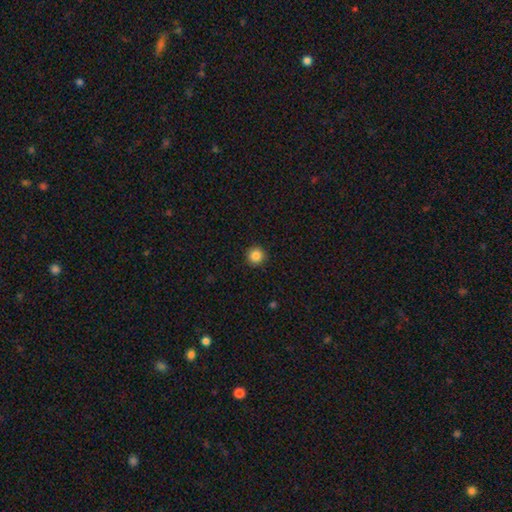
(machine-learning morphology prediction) This is clearly a smooth galaxy (86%). How rounded: clearly round (95%). Merging: clearly none (92%).